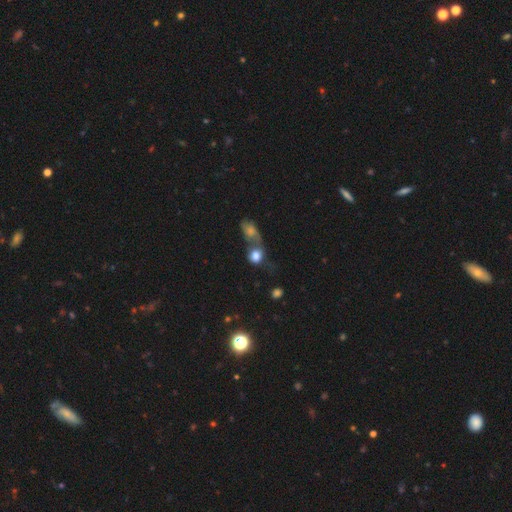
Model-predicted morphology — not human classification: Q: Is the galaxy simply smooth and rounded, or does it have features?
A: smooth — 75%.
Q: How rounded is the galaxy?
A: round — 66%.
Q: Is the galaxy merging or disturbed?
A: merger — 57%.